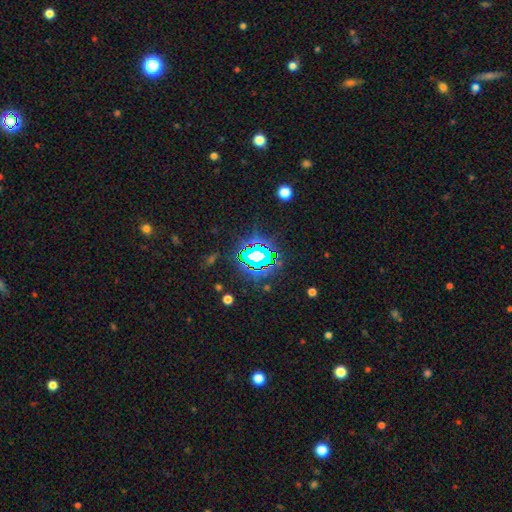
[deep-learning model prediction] A star or artifact, not a galaxy (71%).